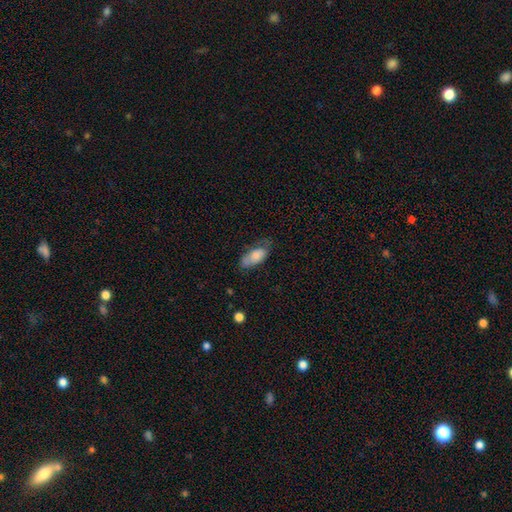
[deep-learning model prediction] Smooth or featured: smooth — 75% (featured or disk — 19%)
How rounded: in between — 89% (cigar-shaped — 9%)
Merging: none — 51% (minor disturbance — 33%)